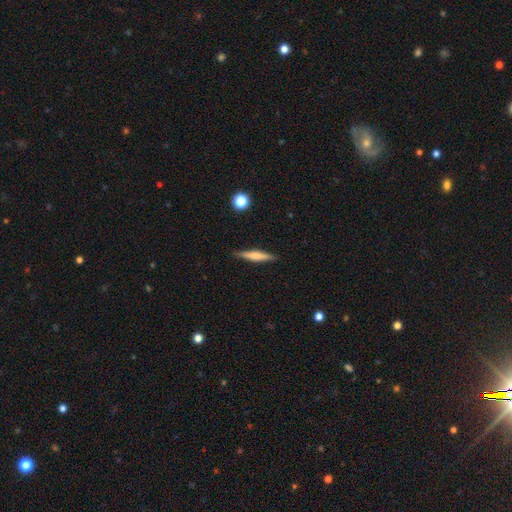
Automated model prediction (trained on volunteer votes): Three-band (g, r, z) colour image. It shows a smooth galaxy with no disk features (52%) that is cigar-shaped (88%). Merging: none (87%).